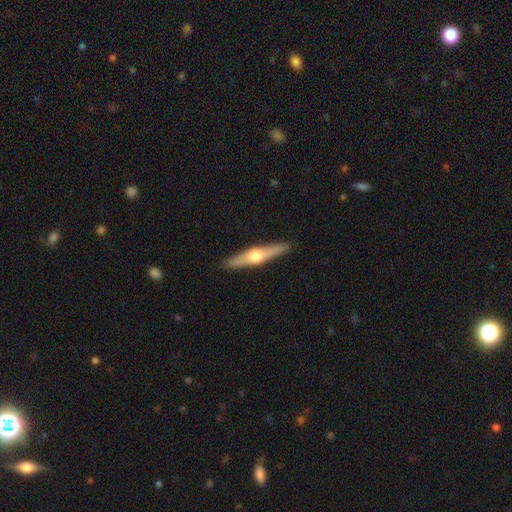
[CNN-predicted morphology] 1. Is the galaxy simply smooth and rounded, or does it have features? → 64% featured or disk, 31% smooth, 5% star or artifact.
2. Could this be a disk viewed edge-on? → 96% yes, 4% no.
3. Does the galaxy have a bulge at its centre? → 94% rounded, 3% boxy, 3% none.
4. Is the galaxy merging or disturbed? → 91% none, 7% minor disturbance, 1% major disturbance, 1% merger.